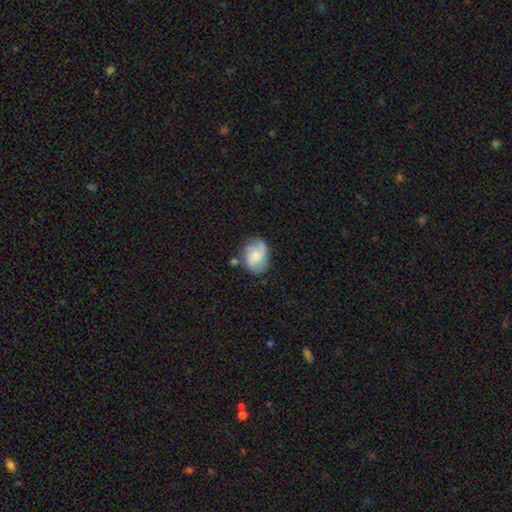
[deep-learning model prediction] smooth 50%, featured or disk 42%, star or artifact 8%. Down the decision tree: how rounded — in between (59%); merging — none (55%).